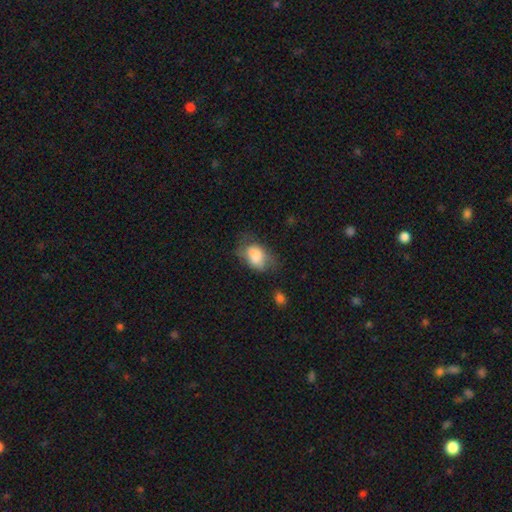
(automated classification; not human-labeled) Overall: smooth (78%). How rounded: in between (84%). Merging: none (45%; minor disturbance 32%).